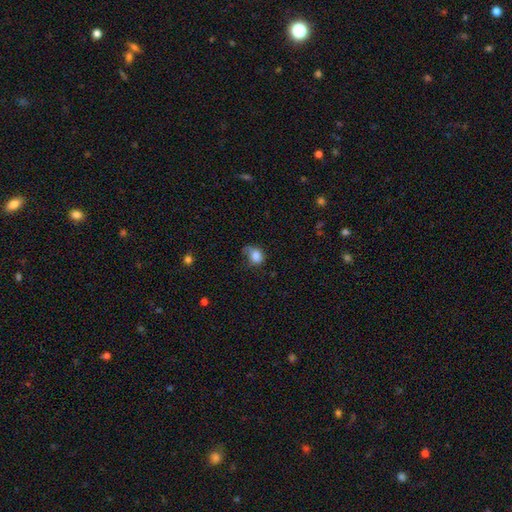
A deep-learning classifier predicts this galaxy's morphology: smooth-or-featured: smooth: 80% | featured or disk: 10% | star or artifact: 9%
  how-rounded: in between: 50% | round: 49% | cigar-shaped: 1%
  merging: none: 39% | minor disturbance: 35% | major disturbance: 22% | merger: 4%